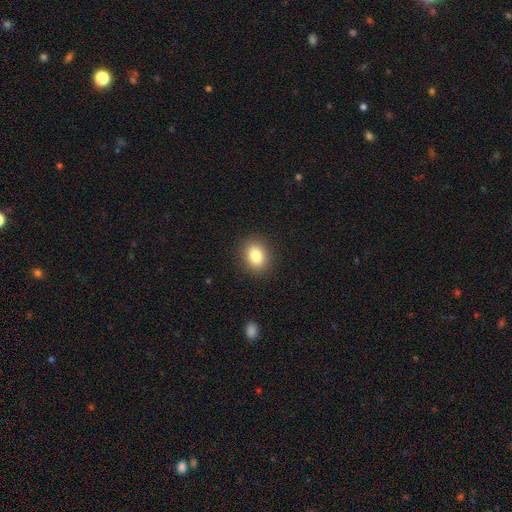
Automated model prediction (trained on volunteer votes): Smooth or featured?
  - smooth: 83% *
  - star or artifact: 10%
  - featured or disk: 7%
How rounded?
  - in between: 54% *
  - round: 45%
  - cigar-shaped: 1%
Merging?
  - none: 89% *
  - minor disturbance: 8%
  - major disturbance: 3%
  - merger: 1%